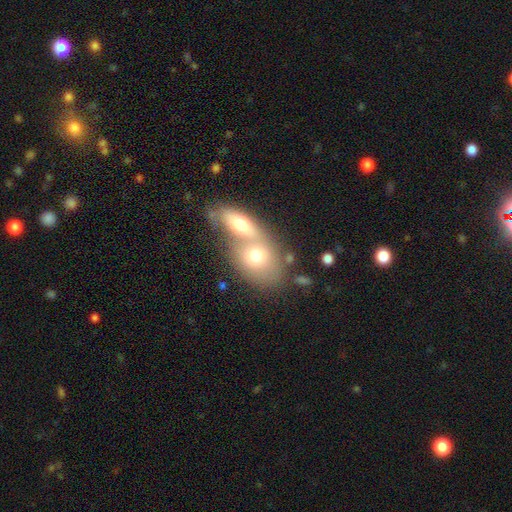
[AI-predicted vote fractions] smooth_or_featured: smooth (p=0.69) [alt: featured or disk p=0.23]
how_rounded: in between (p=0.68) [alt: round p=0.29]
merging: merger (p=0.63) [alt: none p=0.26]